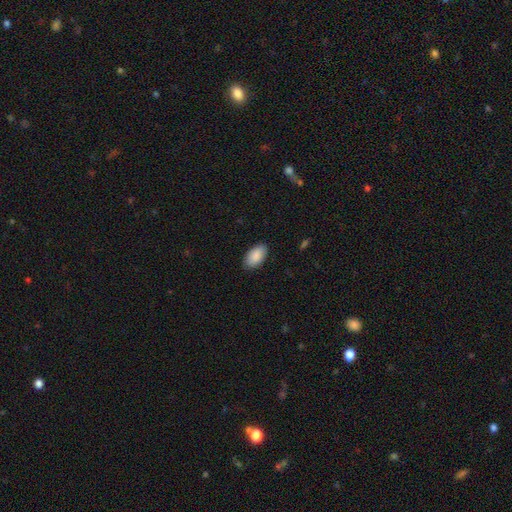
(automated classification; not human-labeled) Smooth or featured: smooth — 90% (star or artifact — 6%)
How rounded: in between — 95% (round — 3%)
Merging: none — 88% (minor disturbance — 9%)